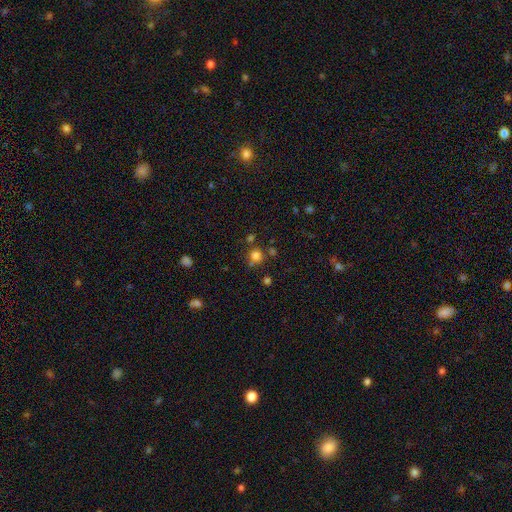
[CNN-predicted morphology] smooth 75%, star or artifact 18%, featured or disk 7%. Down the decision tree: how rounded — round (89%); merging — none (69%).